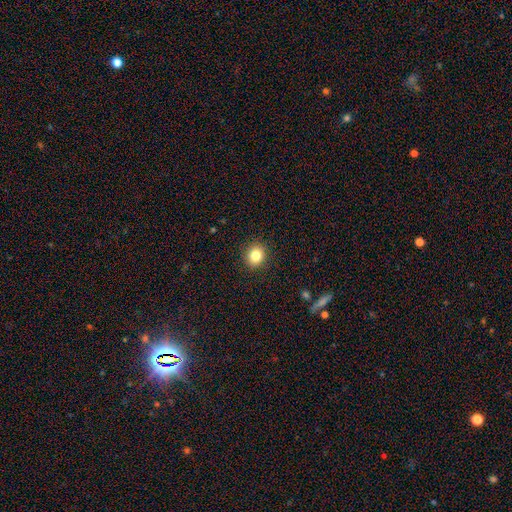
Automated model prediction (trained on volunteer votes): Smooth or featured: smooth — 83% (star or artifact — 11%)
How rounded: round — 79% (in between — 20%)
Merging: none — 91% (minor disturbance — 6%)